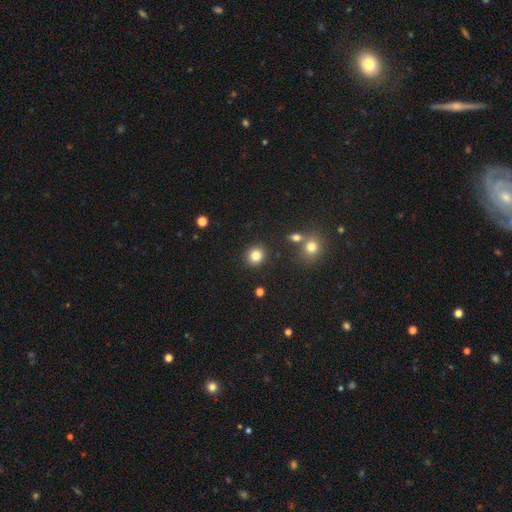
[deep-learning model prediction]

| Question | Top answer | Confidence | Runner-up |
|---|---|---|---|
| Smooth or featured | smooth | 83% | star or artifact (11%) |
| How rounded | round | 87% | in between (12%) |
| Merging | none | 89% | minor disturbance (6%) |